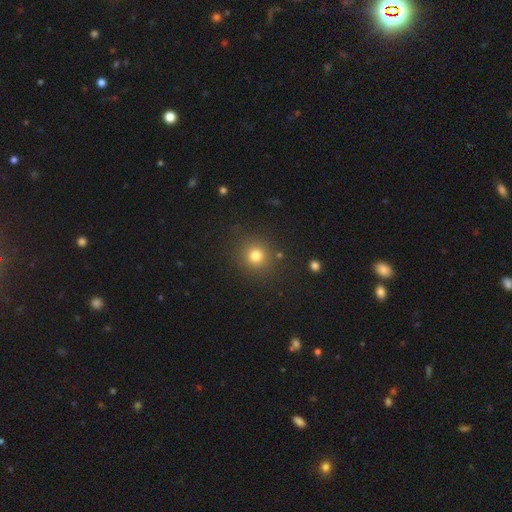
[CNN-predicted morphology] This is likely a smooth galaxy (78%). How rounded: clearly round (89%). Merging: clearly none (86%).